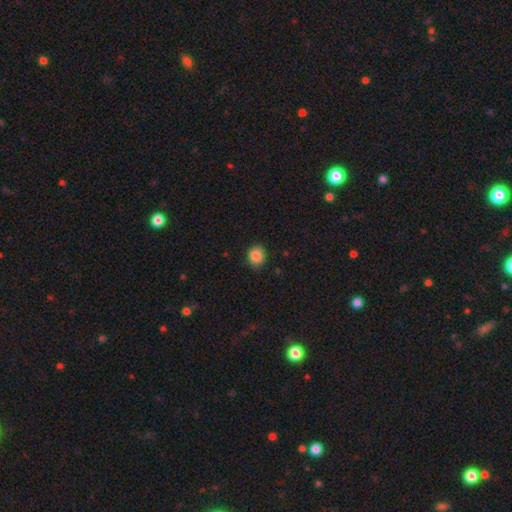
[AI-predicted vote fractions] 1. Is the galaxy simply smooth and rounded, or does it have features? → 86% smooth, 9% star or artifact, 5% featured or disk.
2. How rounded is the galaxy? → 70% round, 29% in between, 1% cigar-shaped.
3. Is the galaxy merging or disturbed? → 86% none, 10% minor disturbance, 2% major disturbance, 1% merger.